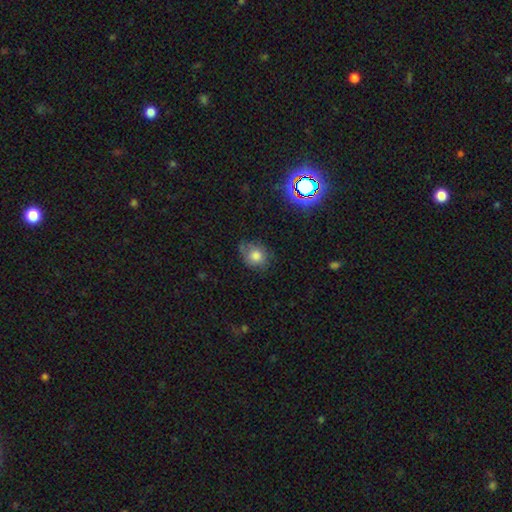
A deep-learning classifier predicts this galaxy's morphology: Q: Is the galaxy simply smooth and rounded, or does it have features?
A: smooth — 73%.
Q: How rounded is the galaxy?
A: round — 66%.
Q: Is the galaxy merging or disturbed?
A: none — 62%.